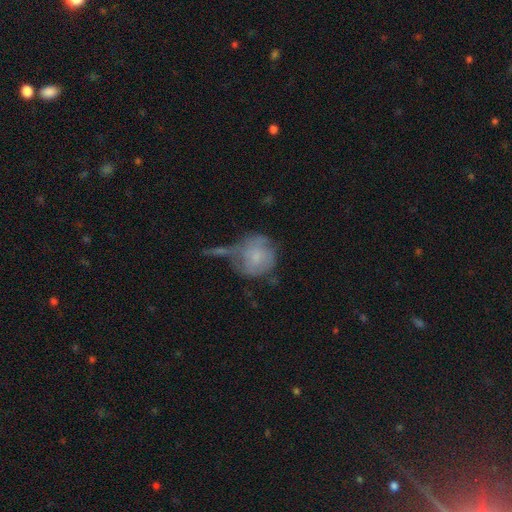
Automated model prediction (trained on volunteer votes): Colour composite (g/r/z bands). It shows a smooth galaxy with no disk features (57%) that is round (84%). Merging: none (36%).